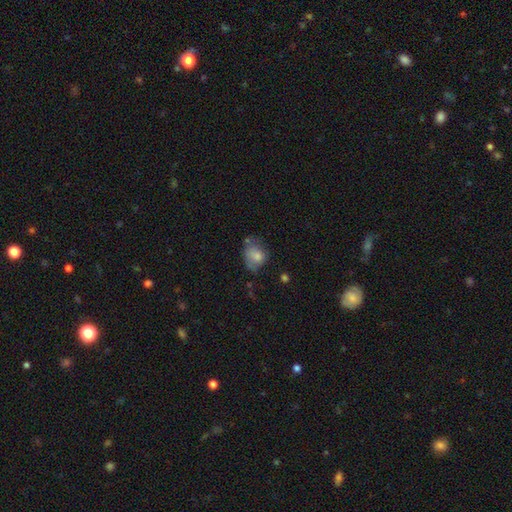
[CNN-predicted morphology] A smooth galaxy with no disk features (73%) that is in between round and cigar-shaped (58%).

Vote fractions:
- Smooth or featured? smooth: 73% / featured or disk: 18% / star or artifact: 9%
- How rounded? in between: 58% / round: 41% / cigar-shaped: 1%
- Merging? none: 39% / minor disturbance: 34% / major disturbance: 20% / merger: 8%